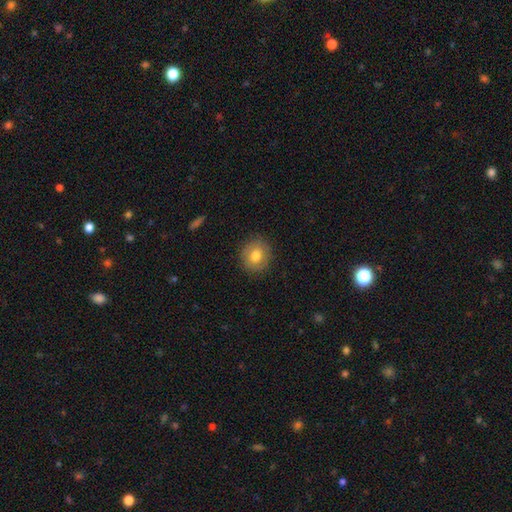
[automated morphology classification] The model was most divided on "smooth or featured": smooth: 77%, featured or disk: 15%, star or artifact: 9%. More confident: merging — none (87%); how rounded — round (83%).